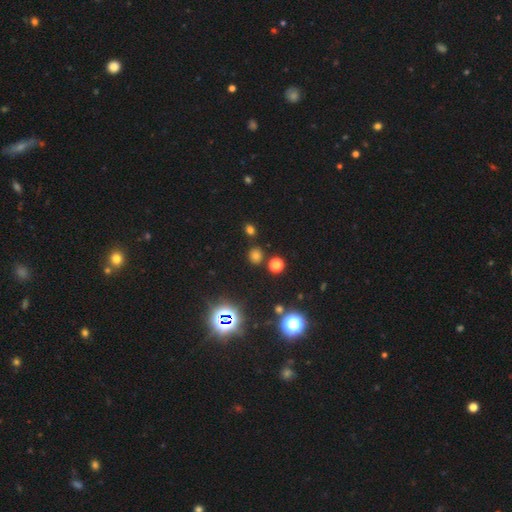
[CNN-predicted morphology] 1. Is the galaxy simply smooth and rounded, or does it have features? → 66% smooth, 27% star or artifact, 7% featured or disk.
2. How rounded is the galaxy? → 80% round, 19% in between, 1% cigar-shaped.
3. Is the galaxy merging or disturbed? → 83% none, 8% minor disturbance, 6% merger, 3% major disturbance.